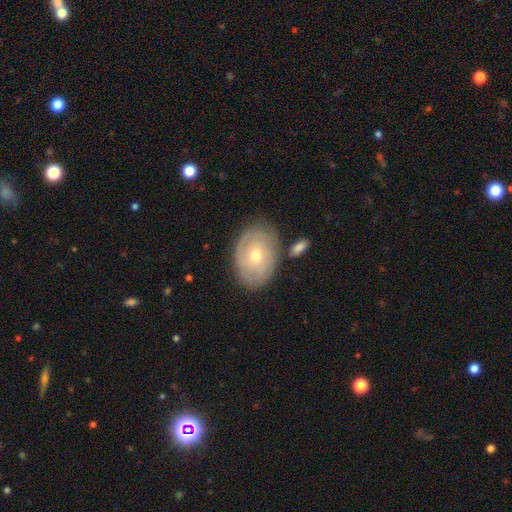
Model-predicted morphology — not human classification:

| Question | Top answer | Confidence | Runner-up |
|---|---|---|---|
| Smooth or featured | featured or disk | 61% | smooth (33%) |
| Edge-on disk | no | 94% | yes (6%) |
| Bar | no | 80% | weak (17%) |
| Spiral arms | yes | 68% | no (32%) |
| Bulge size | small | 53% | moderate (44%) |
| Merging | none | 76% | minor disturbance (15%) |